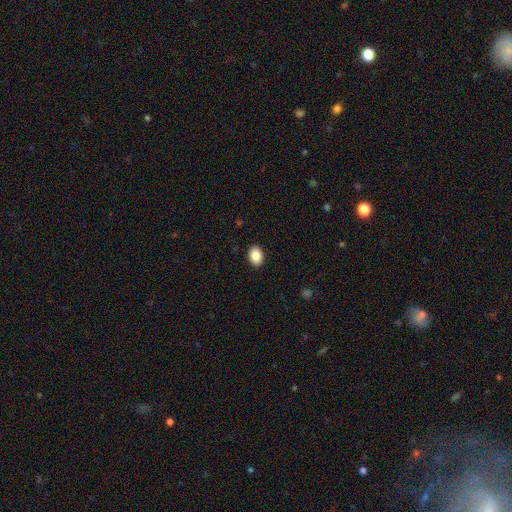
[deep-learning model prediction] Q: Smooth or featured?
A: smooth (88%); runner-up: star or artifact (8%)
Q: How rounded?
A: in between (78%); runner-up: round (21%)
Q: Merging?
A: none (91%); runner-up: minor disturbance (7%)